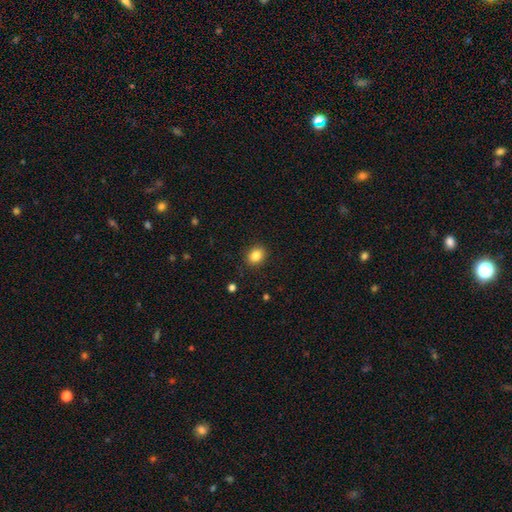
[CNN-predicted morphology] The model was most divided on "how rounded": round: 53%, in between: 46%, cigar-shaped: 1%. More confident: merging — none (89%); smooth or featured — smooth (85%).